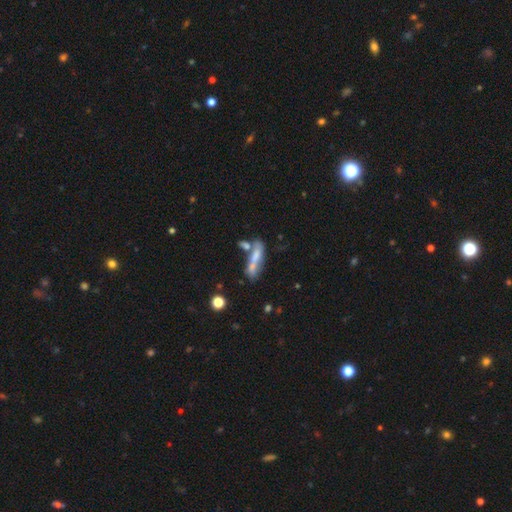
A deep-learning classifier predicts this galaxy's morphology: This appears to be a smooth galaxy with no disk features (48%). Merging: merger (39%).